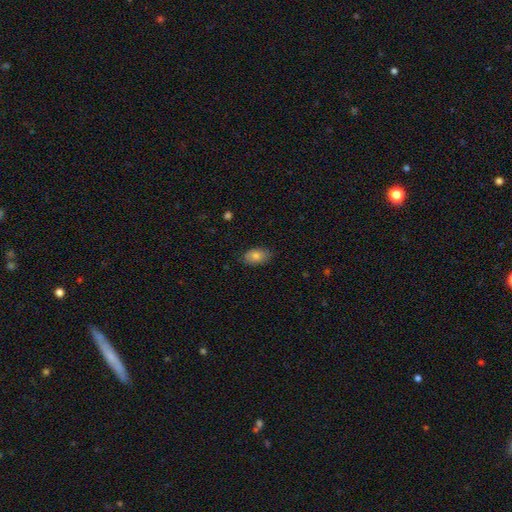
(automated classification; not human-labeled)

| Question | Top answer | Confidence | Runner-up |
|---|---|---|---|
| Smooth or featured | smooth | 78% | featured or disk (14%) |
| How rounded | in between | 90% | round (8%) |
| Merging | none | 79% | minor disturbance (18%) |